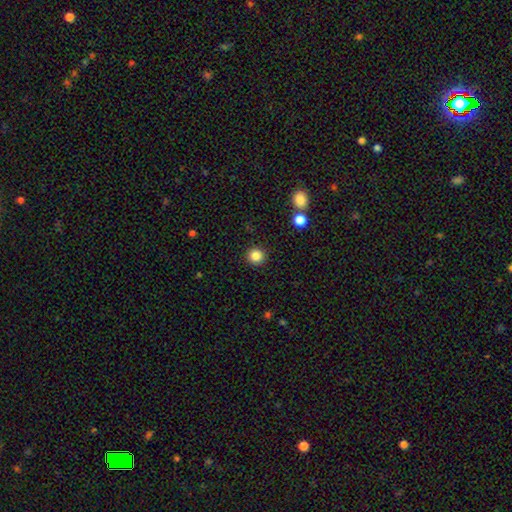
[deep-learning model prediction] A smooth galaxy with no disk features (84%) that is round (95%). Merging: none (92%).